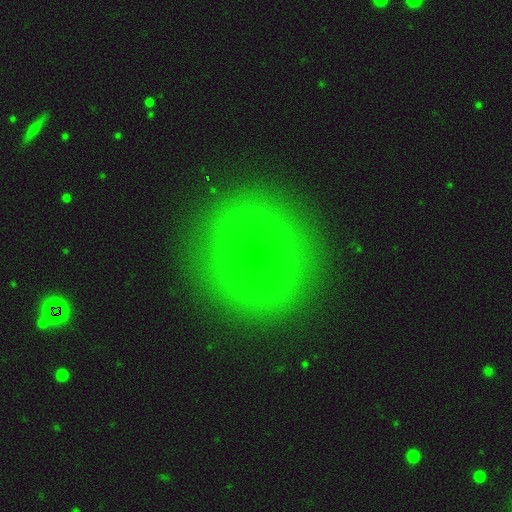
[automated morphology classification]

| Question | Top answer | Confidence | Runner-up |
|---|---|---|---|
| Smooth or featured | smooth | 63% | star or artifact (19%) |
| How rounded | round | 93% | in between (6%) |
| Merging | none | 90% | minor disturbance (7%) |